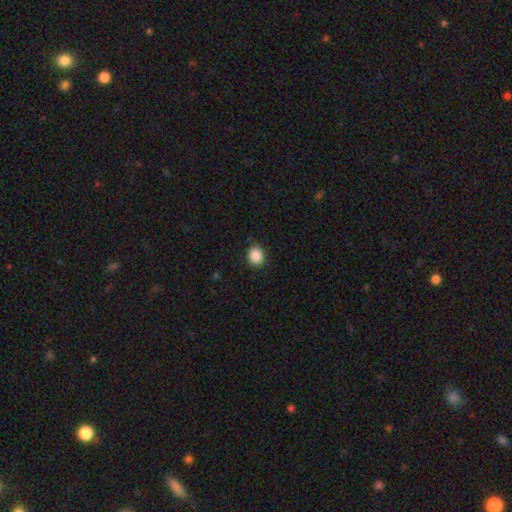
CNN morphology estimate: Smooth or featured? Predicted: smooth (p=0.88). How rounded? Predicted: round (p=0.73). Merging? Predicted: none (p=0.87).